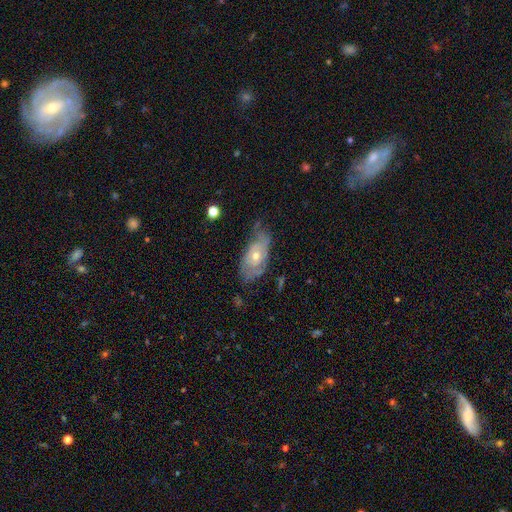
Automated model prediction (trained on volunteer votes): Smooth or featured? featured or disk (60%)
Edge-on disk? no (89%)
Bar? no (81%)
Spiral arms? yes (65%)
Bulge size? moderate (56%)
Merging? none (48%)